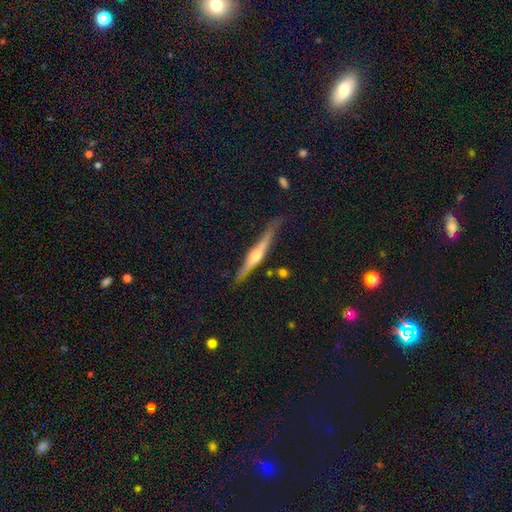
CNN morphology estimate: The model was most divided on "smooth or featured": featured or disk: 74%, smooth: 21%, star or artifact: 6%. More confident: edge-on disk — yes (97%); edge-on bulge — rounded (84%); merging — none (74%).